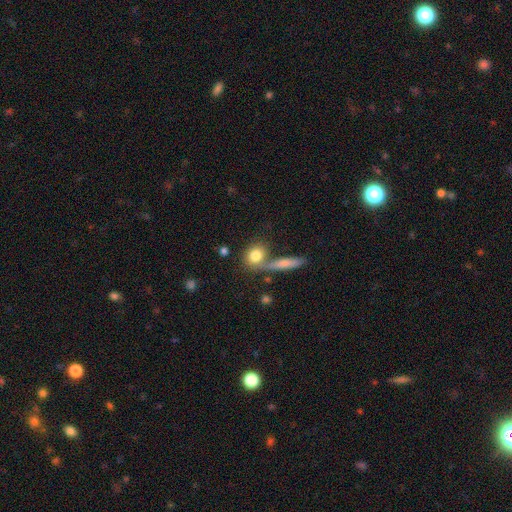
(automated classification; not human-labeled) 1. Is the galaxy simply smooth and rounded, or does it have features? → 78% smooth, 13% featured or disk, 9% star or artifact.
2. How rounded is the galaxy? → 61% round, 31% in between, 8% cigar-shaped.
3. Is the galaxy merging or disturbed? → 54% none, 27% merger, 12% minor disturbance, 7% major disturbance.